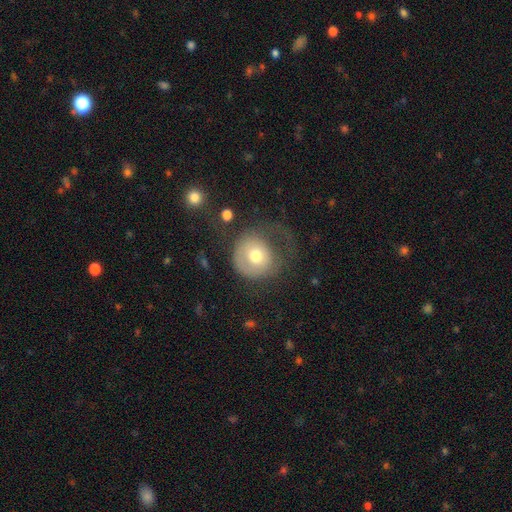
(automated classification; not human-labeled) This is likely a smooth galaxy (62%). How rounded: clearly round (84%). Merging: marginally major disturbance (41%).